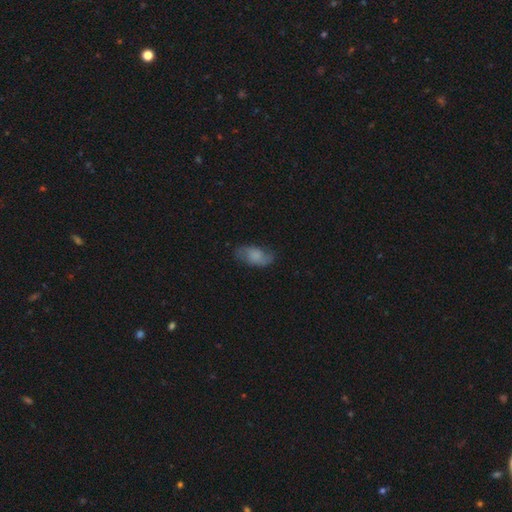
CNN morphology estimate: smooth 57%, featured or disk 34%, star or artifact 9%. Down the decision tree: how rounded — in between (90%); merging — none (70%).